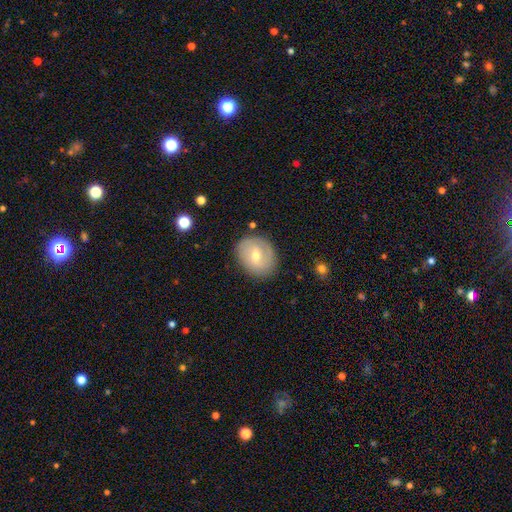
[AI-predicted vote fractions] This appears to be a featured or disk galaxy (48%). Merging: none (80%).